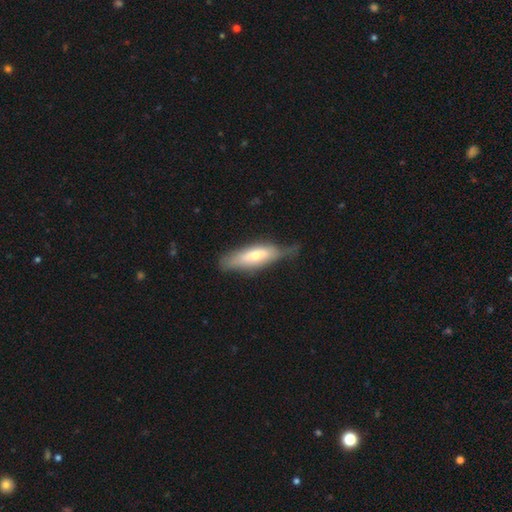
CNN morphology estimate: This is possibly a smooth galaxy (53%). How rounded: possibly cigar-shaped (50%). Merging: possibly none (55%).